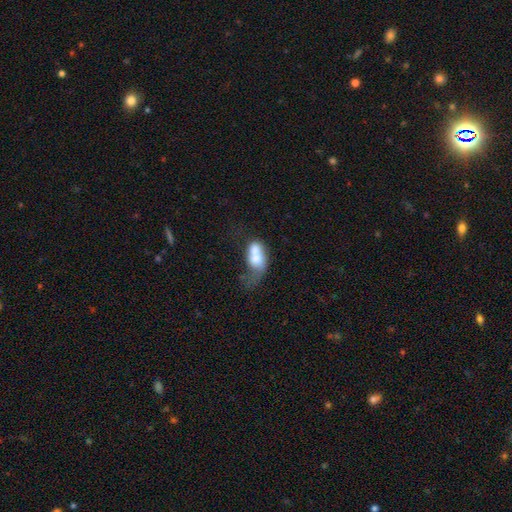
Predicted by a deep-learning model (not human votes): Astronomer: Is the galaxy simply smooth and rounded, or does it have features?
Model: smooth — 62%.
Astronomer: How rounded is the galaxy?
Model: in between — 74%.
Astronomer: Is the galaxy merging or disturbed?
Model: merger — 66%.